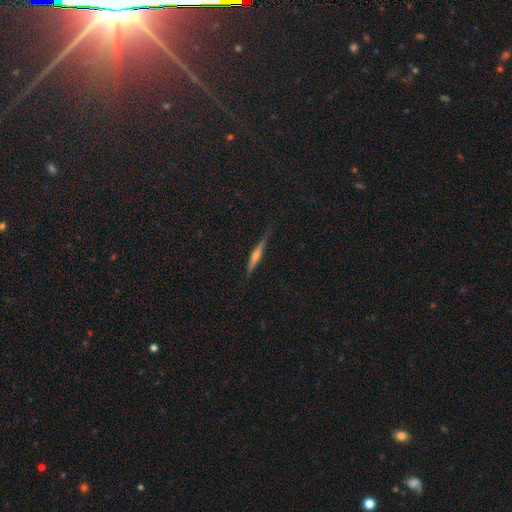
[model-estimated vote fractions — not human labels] A featured or disk galaxy (62%) viewed edge-on (97%) with a rounded central bulge (72%). Merging: none (80%).